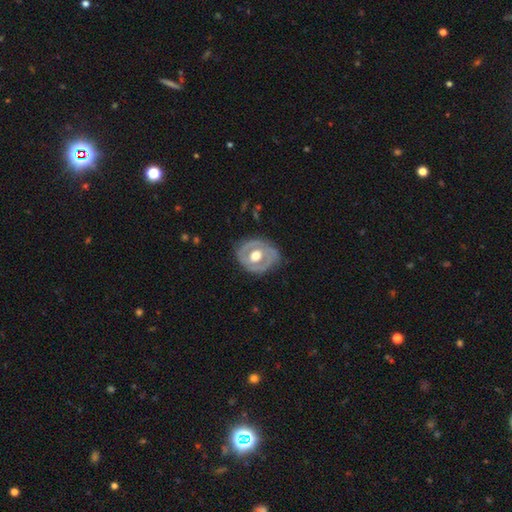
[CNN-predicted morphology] Overall: featured or disk (67%; smooth 28%). Edge-on disk: no (95%). Bar: no (78%). Spiral arms: no (67%; yes 33%). Bulge size: moderate (56%; large 39%). Merging: none (73%).